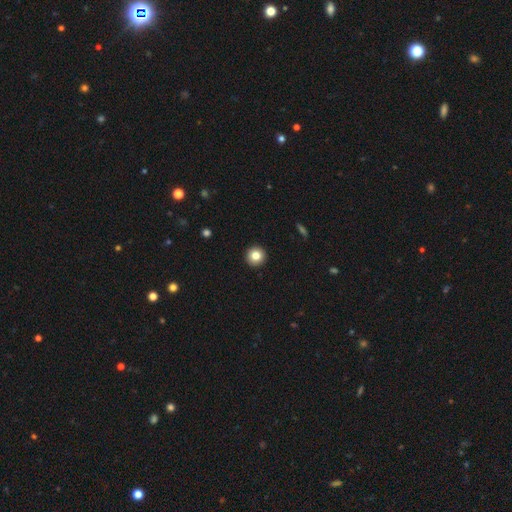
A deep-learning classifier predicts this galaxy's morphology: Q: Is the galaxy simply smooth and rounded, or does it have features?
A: smooth — 82%.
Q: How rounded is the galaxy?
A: round — 96%.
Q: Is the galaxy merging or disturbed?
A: none — 94%.